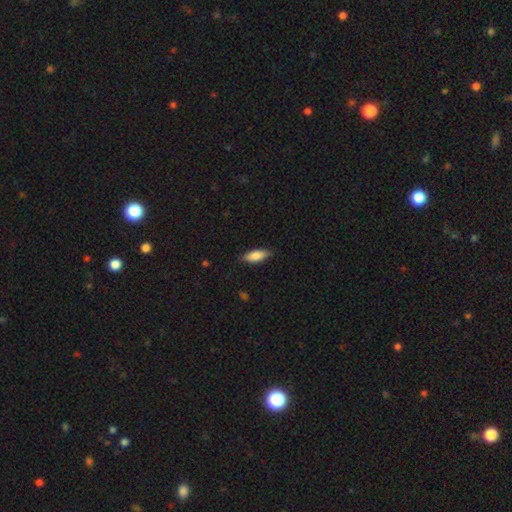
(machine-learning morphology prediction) type=smooth (82%); roundness=in between (71%); merging=none (85%).